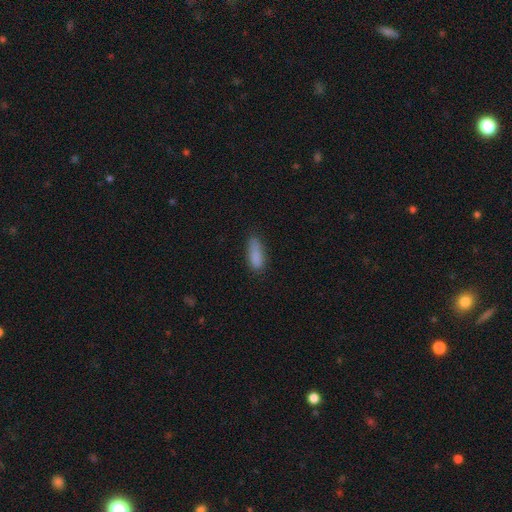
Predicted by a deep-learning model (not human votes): A smooth galaxy with no disk features (85%) that is in between round and cigar-shaped (65%).

Vote fractions:
- Smooth or featured? smooth: 85% / star or artifact: 8% / featured or disk: 7%
- How rounded? in between: 65% / cigar-shaped: 33% / round: 2%
- Merging? none: 65% / minor disturbance: 26% / major disturbance: 7% / merger: 2%